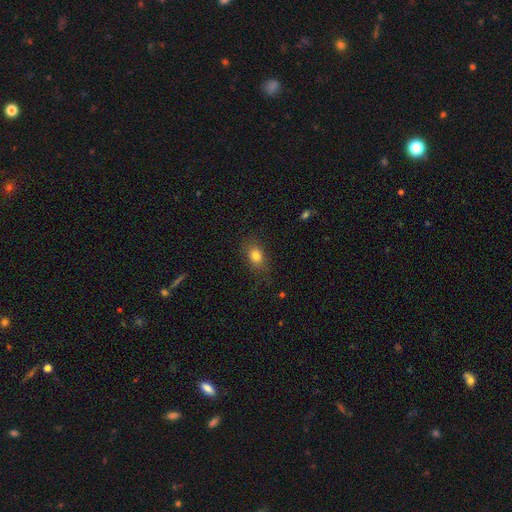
Smooth or featured? smooth (80%)
How rounded? in between (78%)
Merging? none (78%)